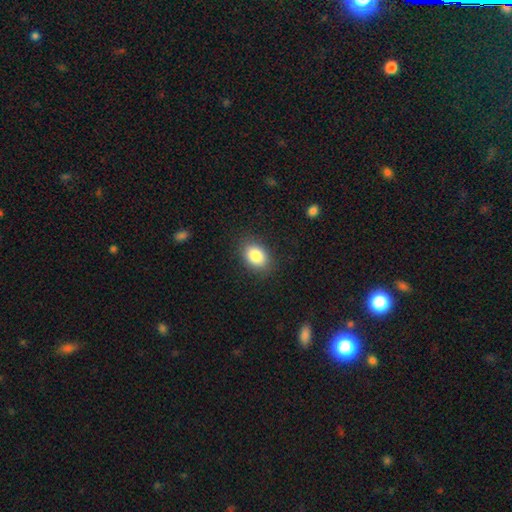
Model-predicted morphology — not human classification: A smooth galaxy with no disk features (87%) that is in between round and cigar-shaped (78%). Merging: none (87%).